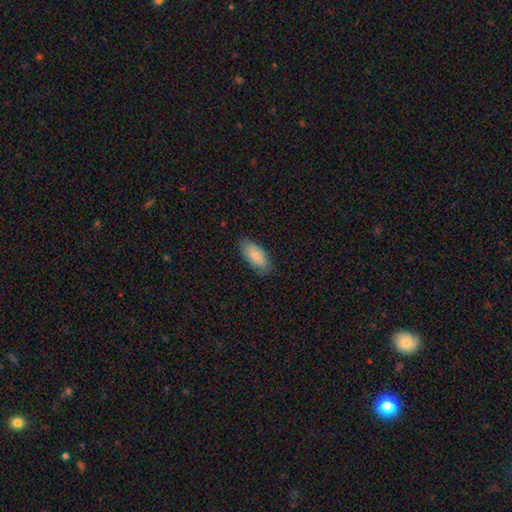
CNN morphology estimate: Smooth or featured: smooth — 84% (featured or disk — 11%)
How rounded: in between — 90% (cigar-shaped — 8%)
Merging: none — 81% (minor disturbance — 15%)